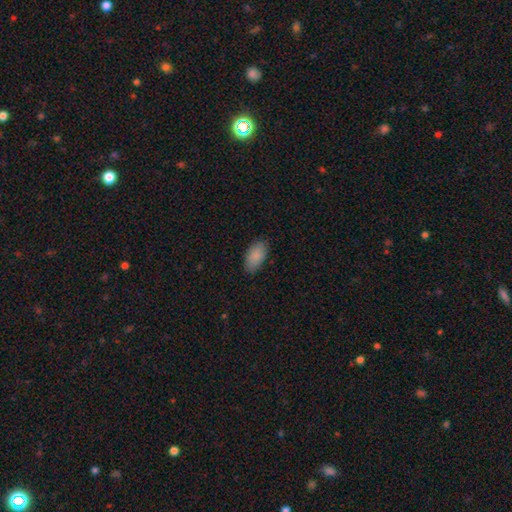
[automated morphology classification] smooth-or-featured: smooth: 88% | star or artifact: 7% | featured or disk: 5%
  how-rounded: in between: 94% | cigar-shaped: 3% | round: 3%
  merging: none: 83% | minor disturbance: 14% | major disturbance: 3% | merger: 1%